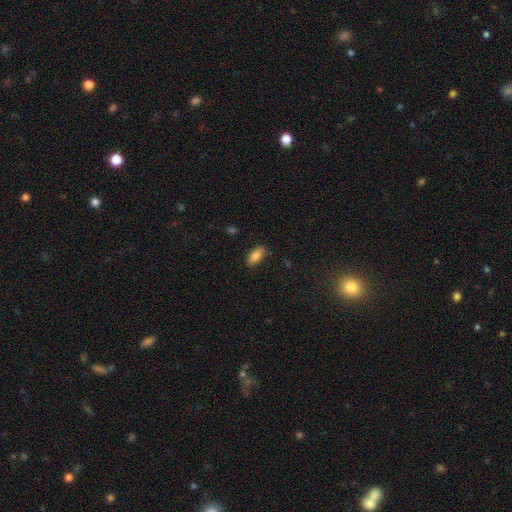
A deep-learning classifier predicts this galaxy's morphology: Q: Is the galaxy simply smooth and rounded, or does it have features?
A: smooth — 86%.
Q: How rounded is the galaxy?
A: in between — 88%.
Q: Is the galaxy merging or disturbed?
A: none — 81%.